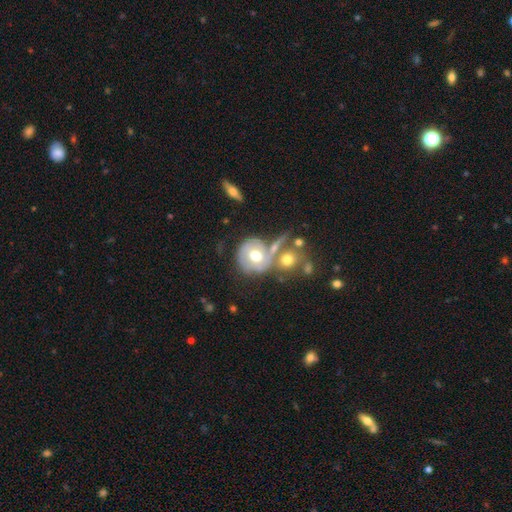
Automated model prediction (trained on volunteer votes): A smooth galaxy with no disk features (49%). Merging: none (43%).